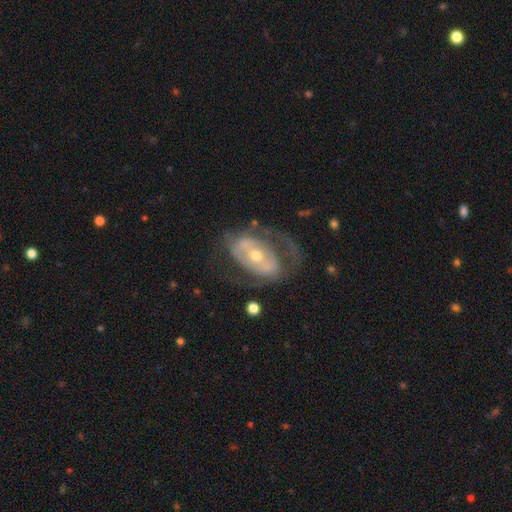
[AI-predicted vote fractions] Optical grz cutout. It shows a featured or disk galaxy (76%) with no bar (38%), spiral arms (58%) and a moderate central bulge (56%). Merging: none (53%).